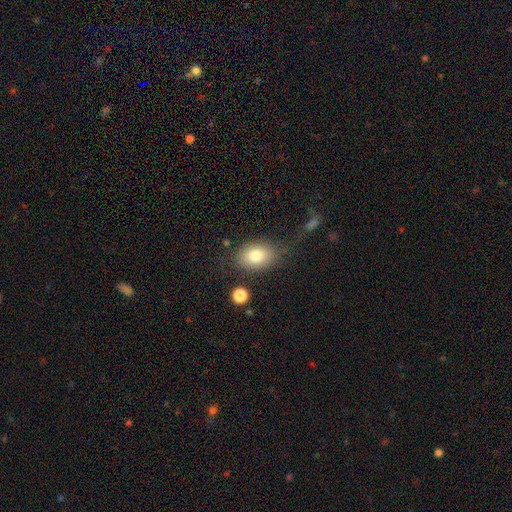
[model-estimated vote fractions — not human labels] smooth 81%, featured or disk 11%, star or artifact 8%. Down the decision tree: how rounded — in between (80%); merging — none (72%).